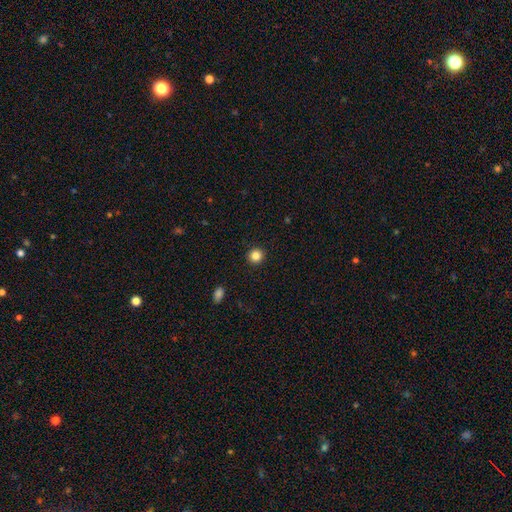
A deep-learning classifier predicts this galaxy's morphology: Smooth or featured: smooth — 85% (star or artifact — 11%)
How rounded: round — 93% (in between — 6%)
Merging: none — 93% (minor disturbance — 4%)